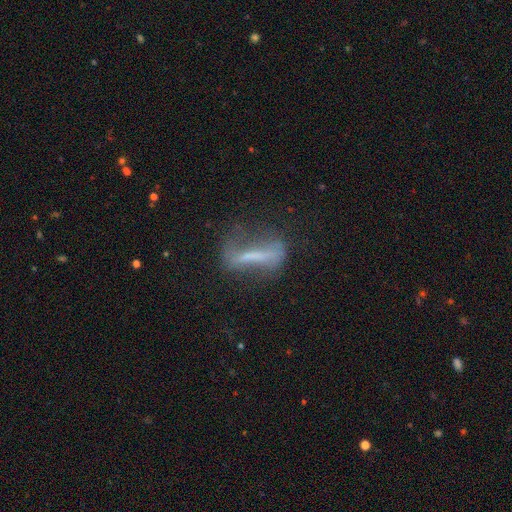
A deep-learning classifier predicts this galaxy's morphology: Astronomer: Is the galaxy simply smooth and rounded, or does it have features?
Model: featured or disk — 55% (runner-up: smooth, 32%).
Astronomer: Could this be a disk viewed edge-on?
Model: no — 66%.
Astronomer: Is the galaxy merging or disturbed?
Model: none — 54%.